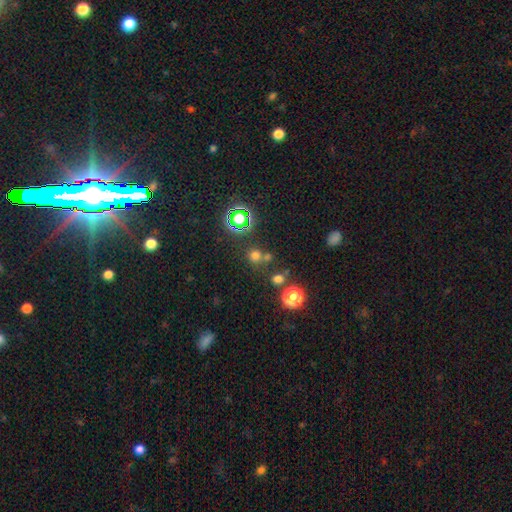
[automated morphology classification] A smooth galaxy with no disk features (60%) that is round (87%). Merging: none (65%).